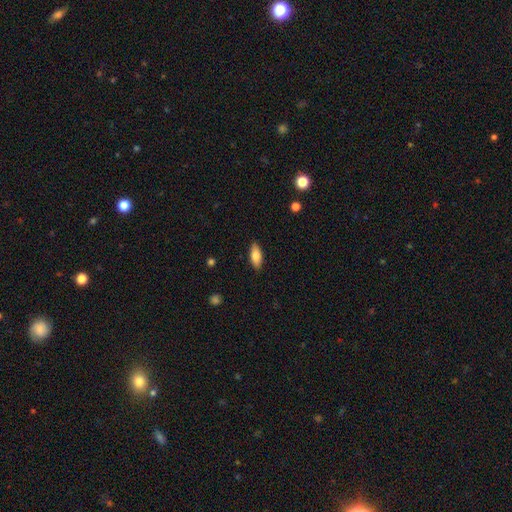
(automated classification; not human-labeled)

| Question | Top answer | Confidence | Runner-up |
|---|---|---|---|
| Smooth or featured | smooth | 81% | featured or disk (13%) |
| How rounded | in between | 80% | cigar-shaped (18%) |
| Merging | none | 87% | minor disturbance (9%) |